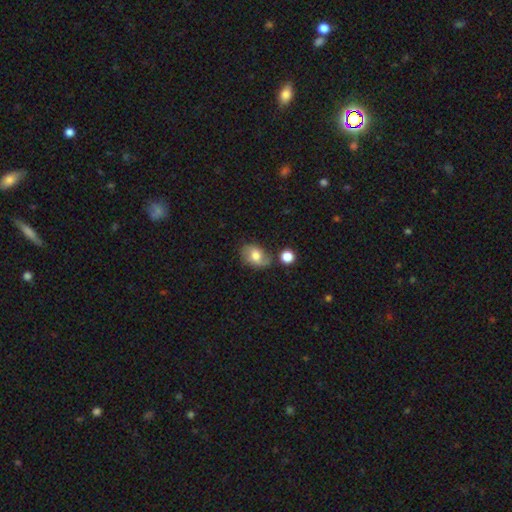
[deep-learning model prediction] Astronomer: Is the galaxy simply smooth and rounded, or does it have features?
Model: smooth — 57% (runner-up: featured or disk, 33%).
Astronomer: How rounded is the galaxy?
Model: in between — 72%.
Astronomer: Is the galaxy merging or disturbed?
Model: none — 59%.